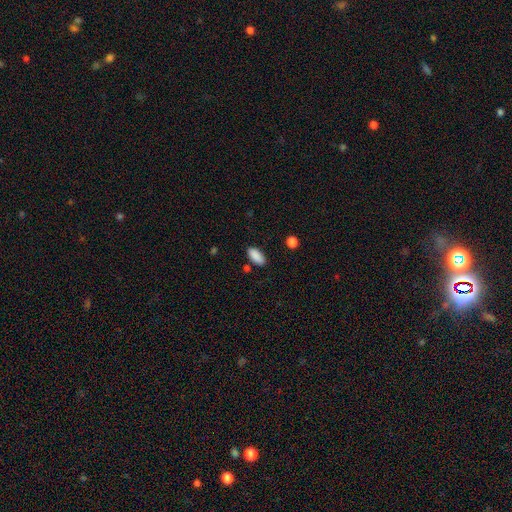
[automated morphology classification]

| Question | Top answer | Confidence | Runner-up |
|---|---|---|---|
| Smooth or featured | smooth | 90% | star or artifact (7%) |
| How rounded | in between | 89% | cigar-shaped (8%) |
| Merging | none | 84% | minor disturbance (11%) |